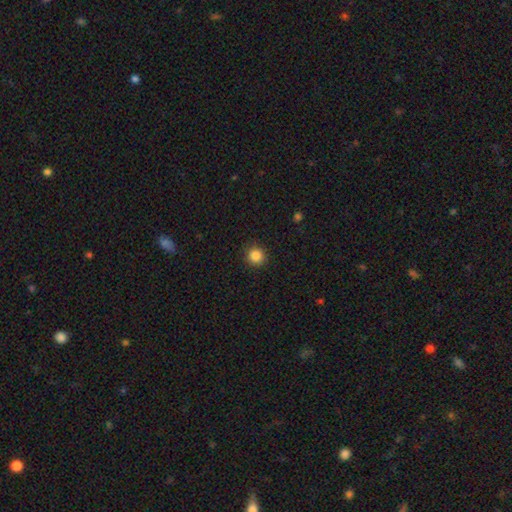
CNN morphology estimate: Q: Smooth or featured?
A: smooth (86%); runner-up: star or artifact (11%)
Q: How rounded?
A: round (94%); runner-up: in between (5%)
Q: Merging?
A: none (92%); runner-up: minor disturbance (6%)